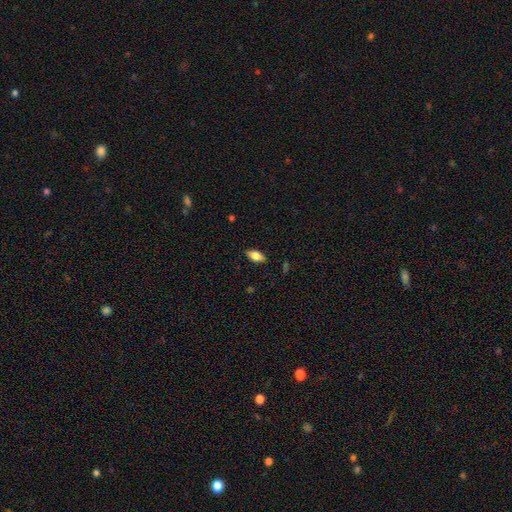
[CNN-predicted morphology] Q: Smooth or featured?
A: smooth (79%); runner-up: featured or disk (14%)
Q: How rounded?
A: in between (90%); runner-up: cigar-shaped (7%)
Q: Merging?
A: none (88%); runner-up: minor disturbance (9%)